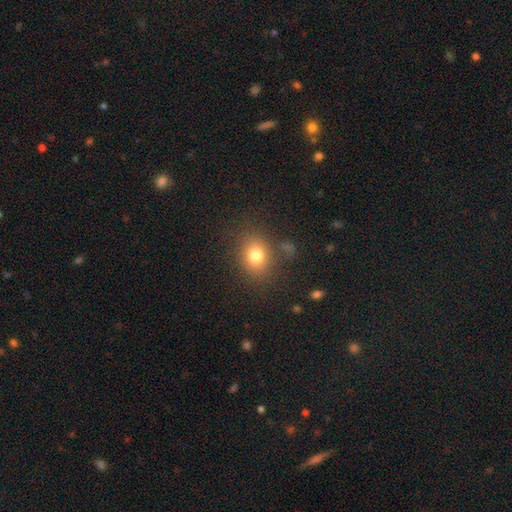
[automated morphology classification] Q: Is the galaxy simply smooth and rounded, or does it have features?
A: smooth — 77%.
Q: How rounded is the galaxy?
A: round — 54%.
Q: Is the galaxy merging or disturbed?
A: none — 79%.